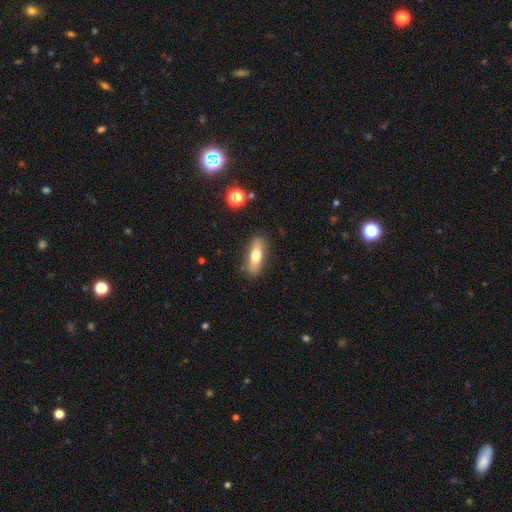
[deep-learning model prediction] Smooth or featured?
  - smooth: 71% *
  - featured or disk: 21%
  - star or artifact: 7%
How rounded?
  - in between: 63% *
  - cigar-shaped: 34%
  - round: 3%
Merging?
  - none: 83% *
  - minor disturbance: 13%
  - major disturbance: 3%
  - merger: 2%